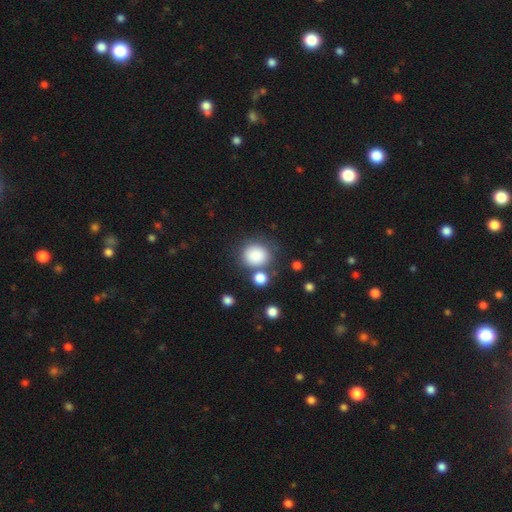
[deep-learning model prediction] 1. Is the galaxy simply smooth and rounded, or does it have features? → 85% smooth, 9% star or artifact, 6% featured or disk.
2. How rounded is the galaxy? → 79% round, 21% in between, 1% cigar-shaped.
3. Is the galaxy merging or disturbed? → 68% none, 14% merger, 13% minor disturbance, 5% major disturbance.